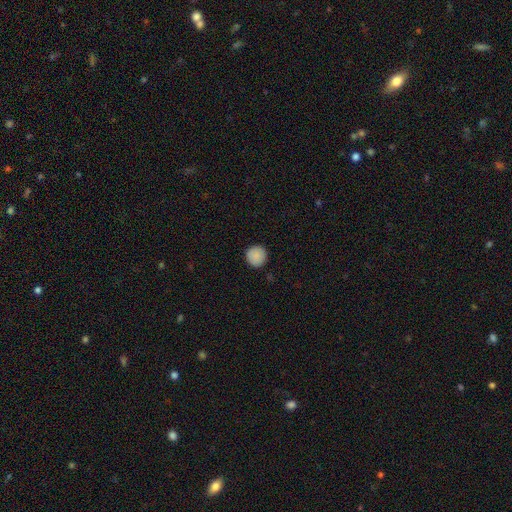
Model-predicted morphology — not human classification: The model was most divided on "smooth or featured": smooth: 89%, star or artifact: 7%, featured or disk: 3%. More confident: how rounded — round (96%); merging — none (92%).